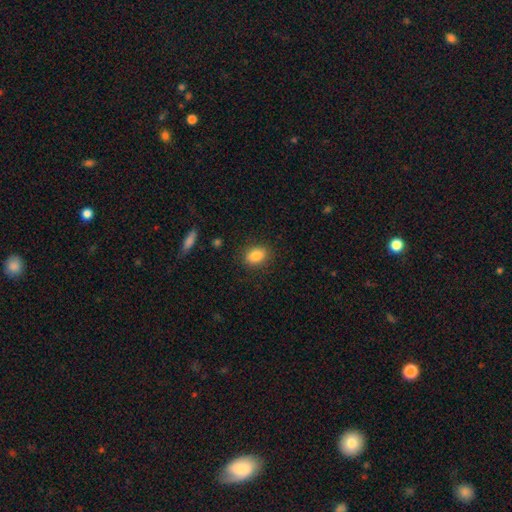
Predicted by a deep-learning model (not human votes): This is clearly a smooth galaxy (85%). How rounded: likely in between (73%). Merging: clearly none (87%).